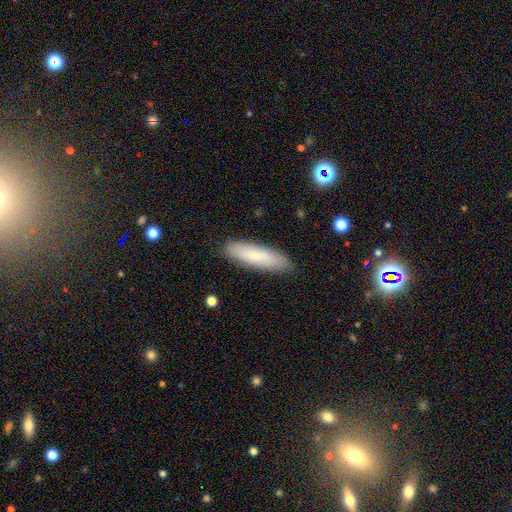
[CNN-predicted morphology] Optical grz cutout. It shows a smooth galaxy with no disk features (74%) that is cigar-shaped (69%). Merging: none (88%).